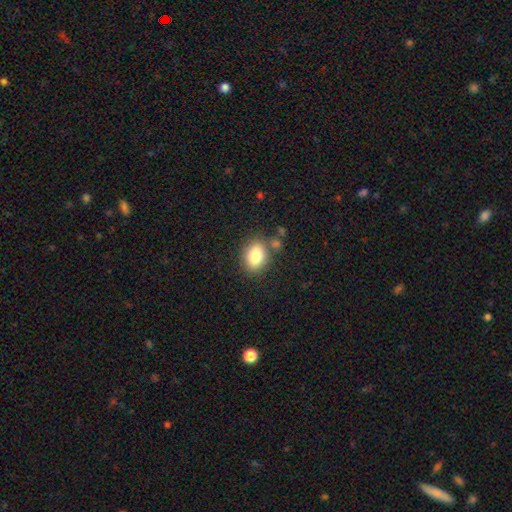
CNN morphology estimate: Smooth or featured?
  - smooth: 82% *
  - star or artifact: 9%
  - featured or disk: 9%
How rounded?
  - in between: 70% *
  - round: 28%
  - cigar-shaped: 1%
Merging?
  - none: 76% *
  - minor disturbance: 13%
  - merger: 8%
  - major disturbance: 4%